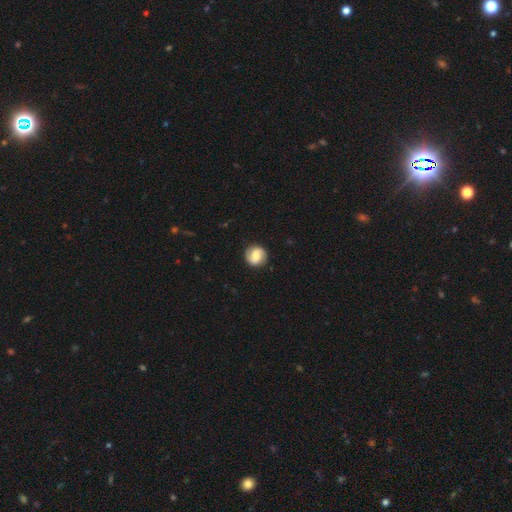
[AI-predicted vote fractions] A featured or disk galaxy (49%).

Vote fractions:
- Smooth or featured? featured or disk: 49% / smooth: 43% / star or artifact: 8%
- Merging? none: 86% / minor disturbance: 10% / major disturbance: 3% / merger: 1%